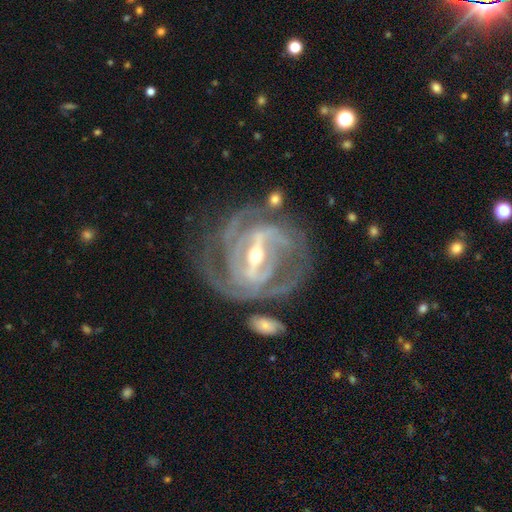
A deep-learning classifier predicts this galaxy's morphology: smooth-or-featured: featured or disk: 92% | star or artifact: 4% | smooth: 4%
  disk-edge-on: no: 95% | yes: 5%
    bar: strong: 73% | weak: 21% | no: 6%
    has-spiral-arms: yes: 96% | no: 4%
      spiral-winding: tight: 59% | medium: 34% | loose: 7%
      spiral-arm-count: 2: 35% | 3: 28% | can't tell: 17% | 4: 10% | more than 4: 5% | 1: 4%
    bulge-size: moderate: 53% | small: 42% | large: 3% | none: 1% | dominant: 1%
  merging: none: 66% | minor disturbance: 16% | major disturbance: 11% | merger: 7%